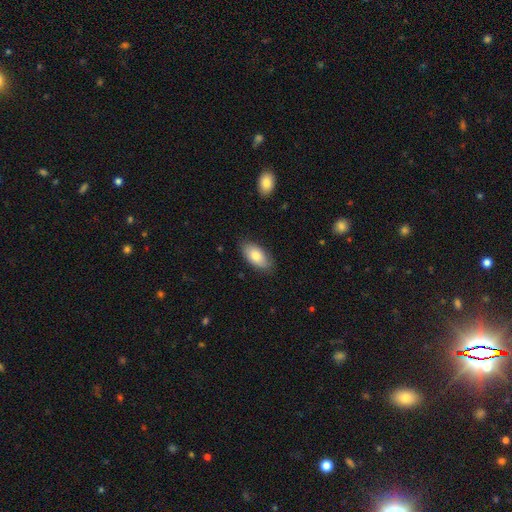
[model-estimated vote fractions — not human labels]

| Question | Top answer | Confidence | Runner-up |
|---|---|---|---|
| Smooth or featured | smooth | 79% | featured or disk (15%) |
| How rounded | in between | 93% | cigar-shaped (4%) |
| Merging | none | 83% | minor disturbance (13%) |